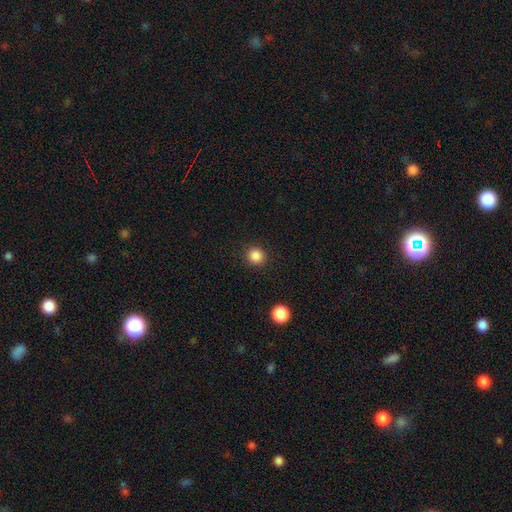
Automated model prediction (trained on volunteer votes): This appears to be a smooth galaxy with no disk features (86%) that is round (91%). Merging: none (90%).